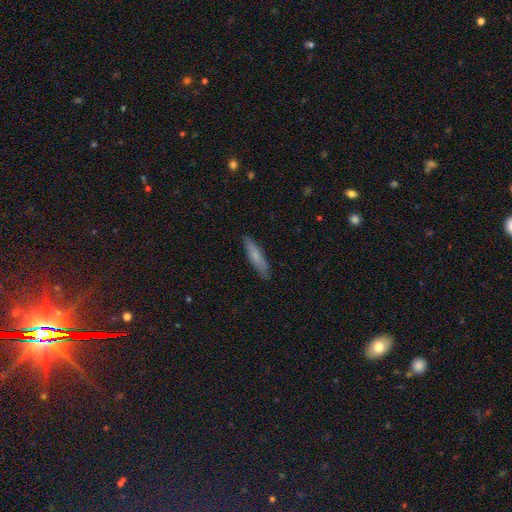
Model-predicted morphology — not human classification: type=smooth (71%); roundness=cigar-shaped (80%); merging=none (86%).